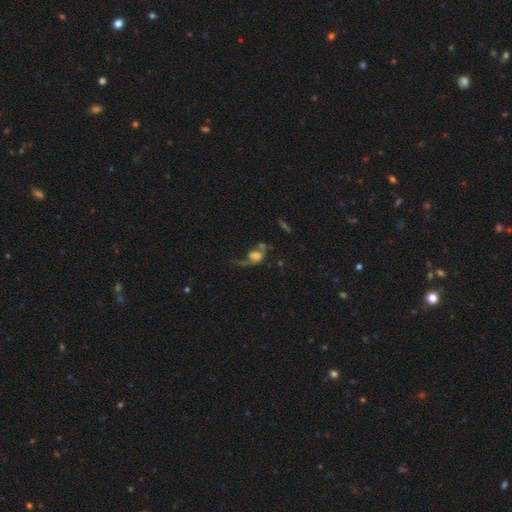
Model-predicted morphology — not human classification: Smooth or featured: featured or disk — 53% (smooth — 35%)
Edge-on disk: no — 93% (yes — 7%)
Merging: major disturbance — 49% (none — 24%)